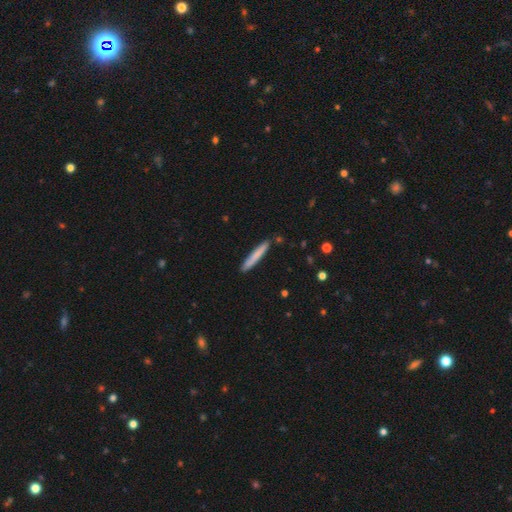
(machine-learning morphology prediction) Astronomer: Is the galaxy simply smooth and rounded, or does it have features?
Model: smooth — 77%.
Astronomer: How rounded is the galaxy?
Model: cigar-shaped — 95%.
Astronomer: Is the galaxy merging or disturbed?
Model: none — 89%.